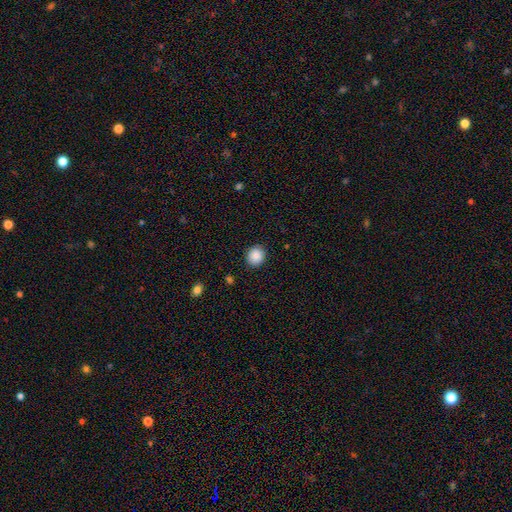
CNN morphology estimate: The model was most divided on "how rounded": round: 83%, in between: 16%, cigar-shaped: 1%. More confident: merging — none (91%); smooth or featured — smooth (89%).